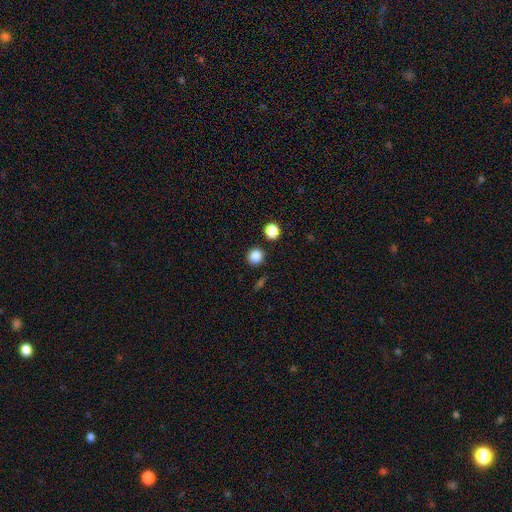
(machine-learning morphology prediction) Overall: smooth (85%). How rounded: round (91%). Merging: none (86%).